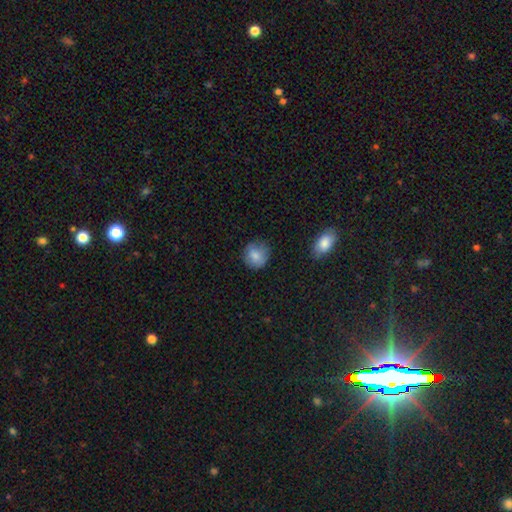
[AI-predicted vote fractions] smooth-or-featured: smooth: 81% | featured or disk: 11% | star or artifact: 8%
  how-rounded: round: 85% | in between: 14% | cigar-shaped: 1%
  merging: none: 73% | minor disturbance: 21% | major disturbance: 5% | merger: 2%